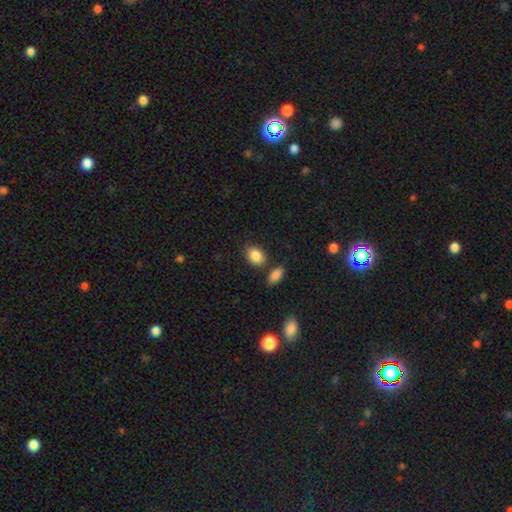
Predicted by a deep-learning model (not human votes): Smooth or featured? Predicted: smooth (p=0.87). How rounded? Predicted: in between (p=0.70). Merging? Predicted: none (p=0.74).